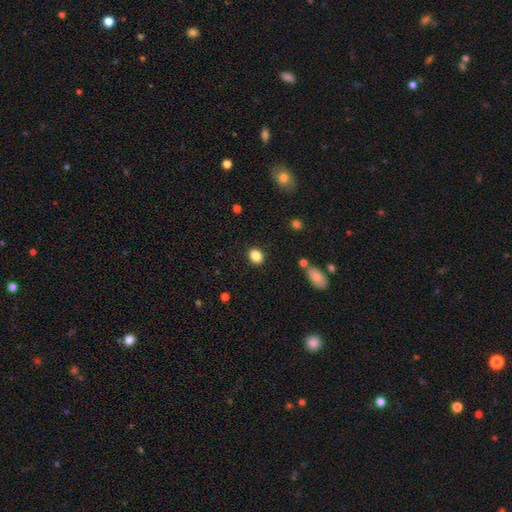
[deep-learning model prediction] A smooth galaxy with no disk features (85%) that is round (50%). Merging: none (88%).